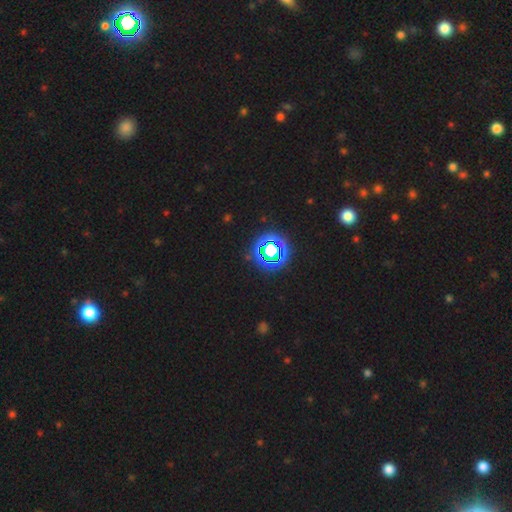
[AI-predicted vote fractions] star or artifact 77%, smooth 16%, featured or disk 6%.